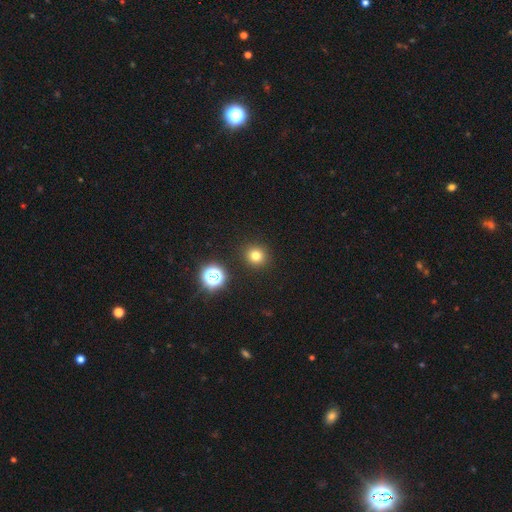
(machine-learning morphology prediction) smooth_or_featured: smooth (p=0.76) [alt: star or artifact p=0.17]
how_rounded: round (p=0.92) [alt: in between p=0.07]
merging: none (p=0.91) [alt: minor disturbance p=0.05]